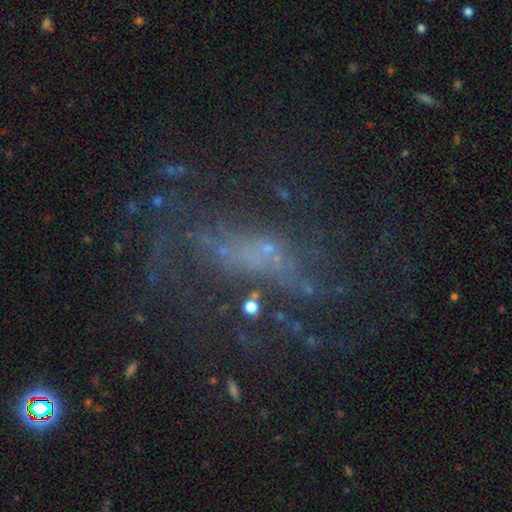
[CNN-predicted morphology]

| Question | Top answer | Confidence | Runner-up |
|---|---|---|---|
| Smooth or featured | featured or disk | 68% | star or artifact (20%) |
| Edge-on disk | no | 89% | yes (11%) |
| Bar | no | 54% | weak (30%) |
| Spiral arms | yes | 67% | no (33%) |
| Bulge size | small | 49% | none (34%) |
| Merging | none | 52% | major disturbance (28%) |